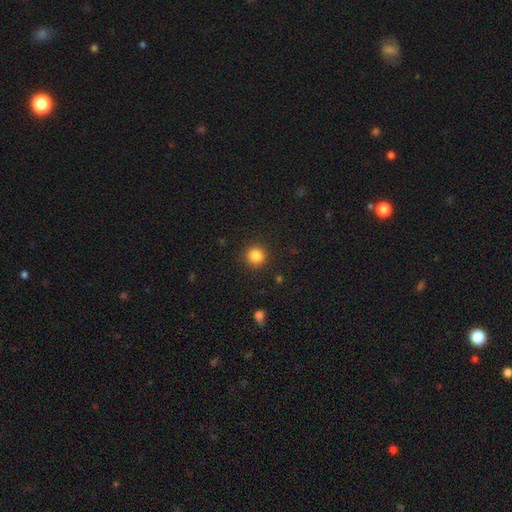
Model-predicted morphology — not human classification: Smooth or featured? Predicted: smooth (p=0.86). How rounded? Predicted: round (p=0.92). Merging? Predicted: none (p=0.90).